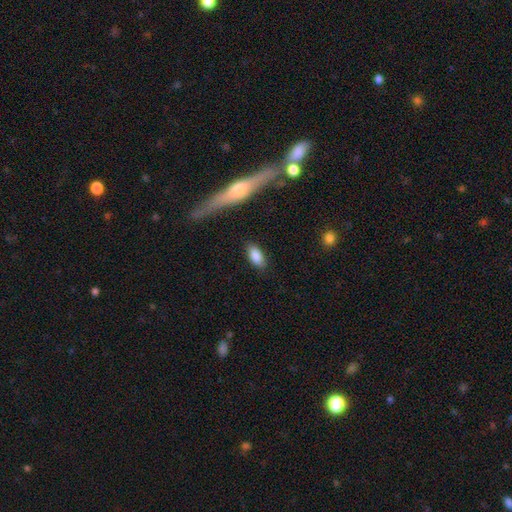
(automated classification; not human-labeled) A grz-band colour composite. It shows a smooth galaxy with no disk features (87%) that is in between round and cigar-shaped (88%). Merging: none (84%).